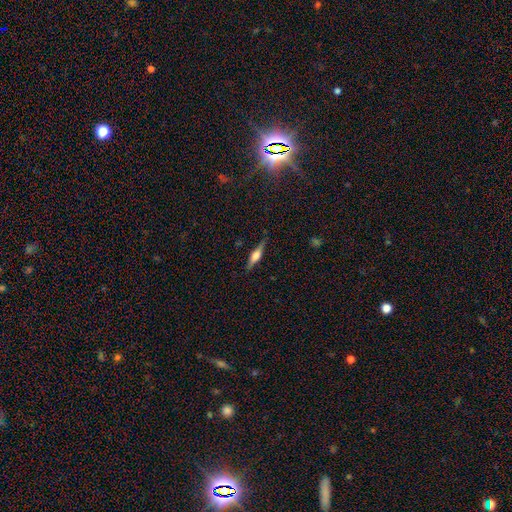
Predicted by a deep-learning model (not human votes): A featured or disk galaxy (69%) viewed edge-on (97%) with a rounded central bulge (82%). Merging: none (86%).